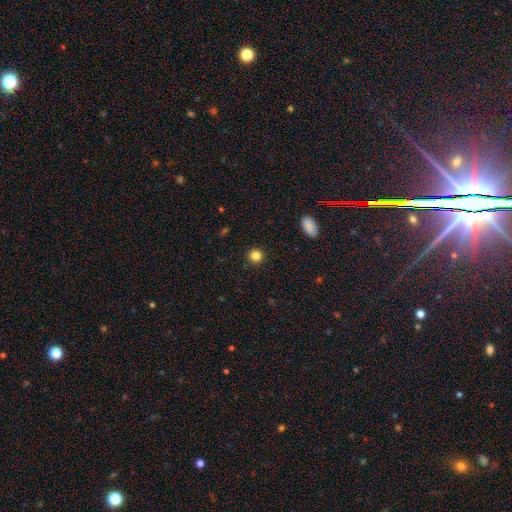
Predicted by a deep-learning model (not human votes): Smooth or featured: smooth — 83% (star or artifact — 12%)
How rounded: round — 93% (in between — 6%)
Merging: none — 92% (minor disturbance — 5%)